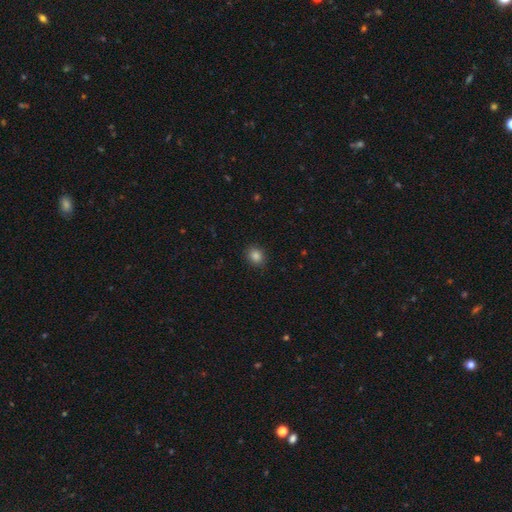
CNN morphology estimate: The model was most divided on "how rounded": round: 65%, in between: 34%, cigar-shaped: 1%. More confident: merging — none (88%); smooth or featured — smooth (86%).